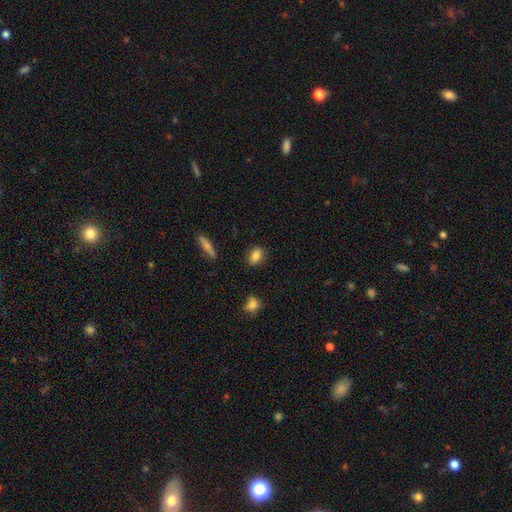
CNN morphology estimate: smooth_or_featured: smooth (p=0.84) [alt: star or artifact p=0.08]
how_rounded: in between (p=0.77) [alt: round p=0.19]
merging: none (p=0.84) [alt: minor disturbance p=0.11]